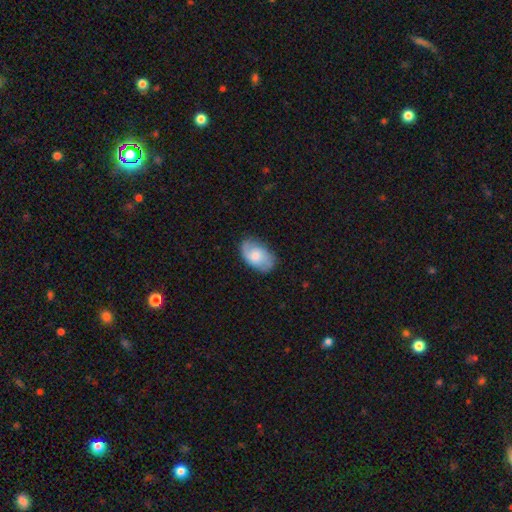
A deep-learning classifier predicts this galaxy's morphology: The model was most divided on "smooth or featured": smooth: 56%, featured or disk: 38%, star or artifact: 7%. More confident: how rounded — in between (92%); merging — none (73%).